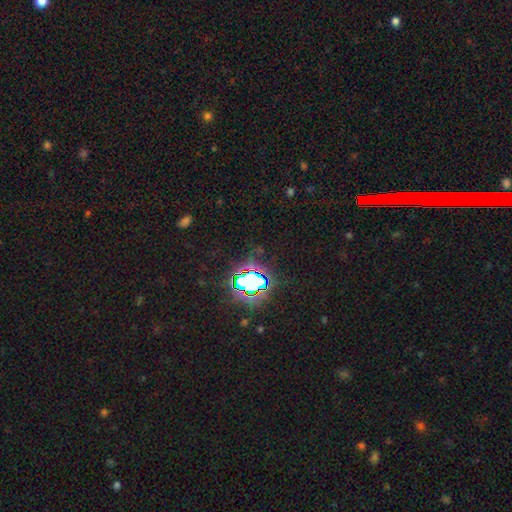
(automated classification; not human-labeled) star or artifact 77%, smooth 14%, featured or disk 9%.